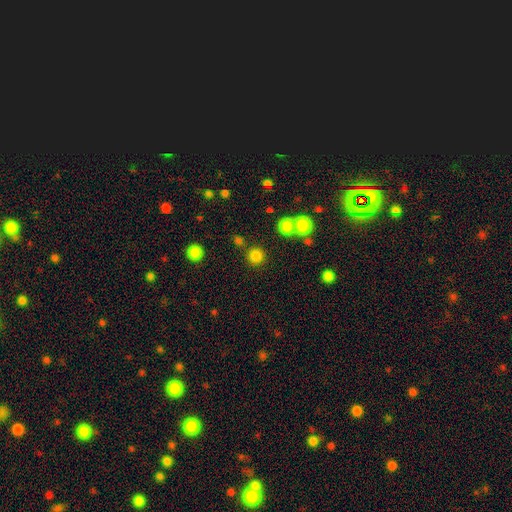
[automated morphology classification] smooth 81%, star or artifact 15%, featured or disk 4%. Down the decision tree: how rounded — round (94%); merging — none (81%).